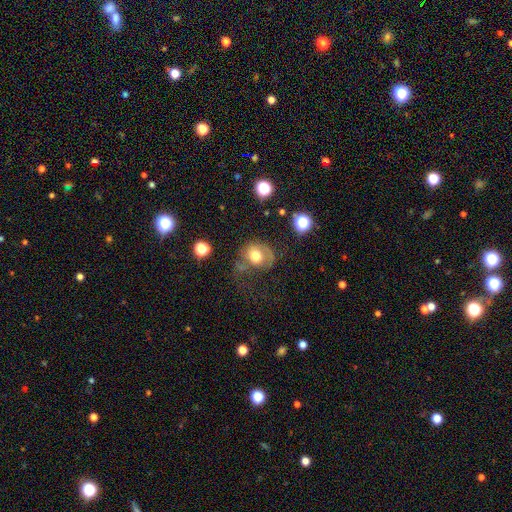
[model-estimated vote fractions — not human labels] Smooth or featured? Predicted: smooth (p=0.58). How rounded? Predicted: round (p=0.65). Merging? Predicted: none (p=0.40).